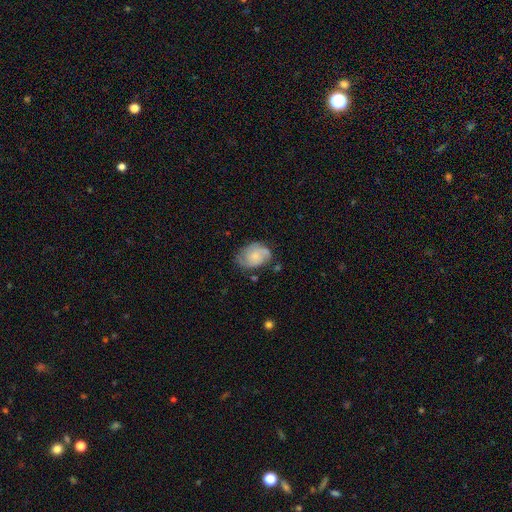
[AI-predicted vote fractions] This appears to be a featured or disk galaxy (60%) with no bar (74%), 2 (45%) tight (47%) spiral arms (89%) and a small central bulge (55%). Merging: none (62%).